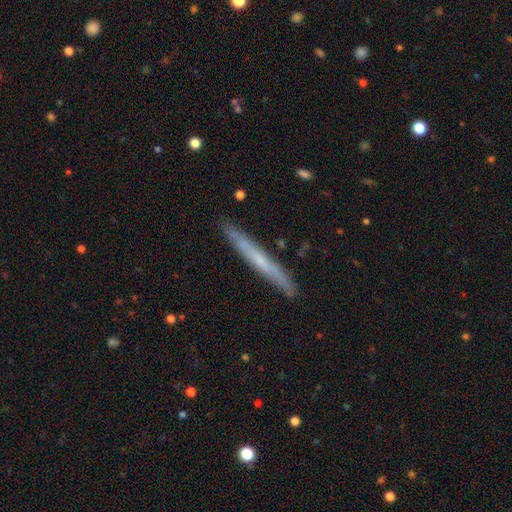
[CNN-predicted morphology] Smooth or featured: featured or disk — 55% (smooth — 37%)
Edge-on disk: yes — 95% (no — 5%)
Edge-on bulge: none — 61% (rounded — 35%)
Merging: none — 89% (minor disturbance — 8%)